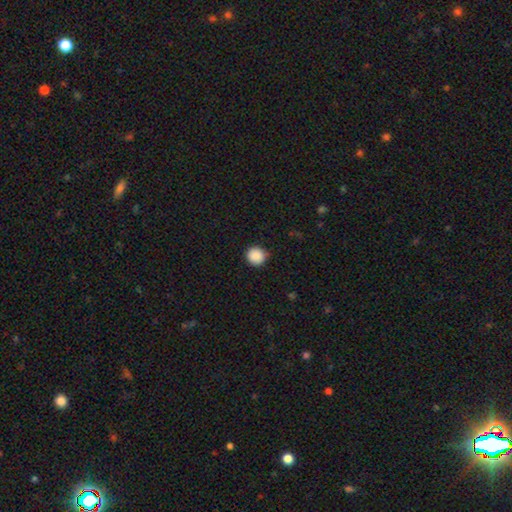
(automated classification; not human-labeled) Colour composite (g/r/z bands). It shows a smooth galaxy with no disk features (89%) that is round (92%). Merging: none (89%).